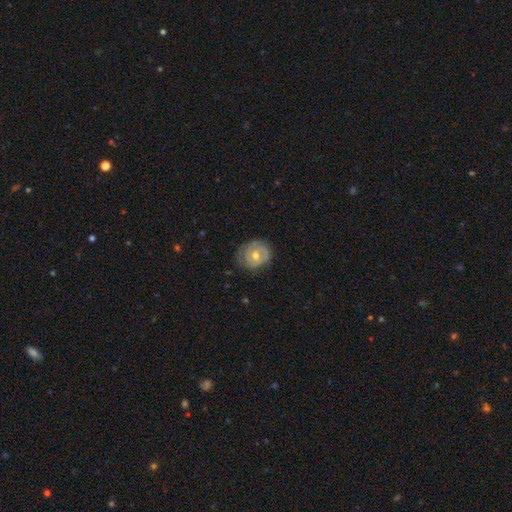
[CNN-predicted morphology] The model was most divided on "spiral arms": yes: 64%, no: 36%. More confident: edge-on disk — no (97%); bar — no (72%); bulge size — moderate (72%); merging — none (71%); smooth or featured — featured or disk (64%).